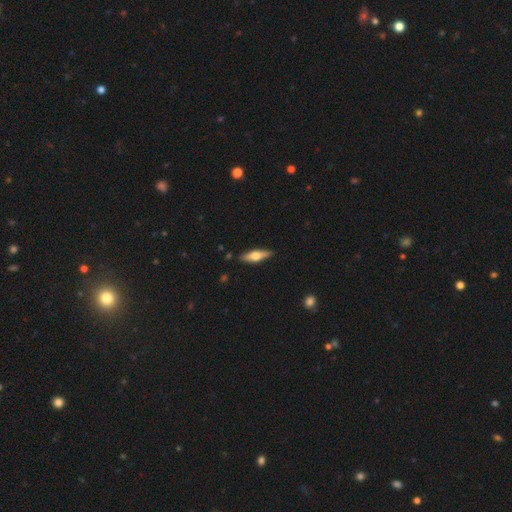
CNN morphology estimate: Smooth or featured? featured or disk (49%)
Merging? none (87%)